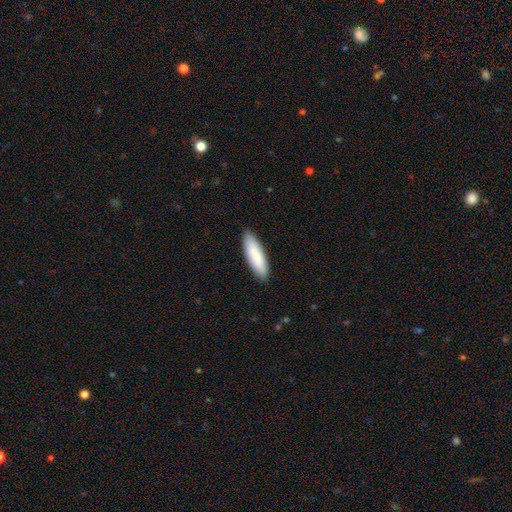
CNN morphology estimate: Q: Smooth or featured?
A: smooth (87%); runner-up: featured or disk (8%)
Q: How rounded?
A: cigar-shaped (53%); runner-up: in between (45%)
Q: Merging?
A: none (89%); runner-up: minor disturbance (9%)